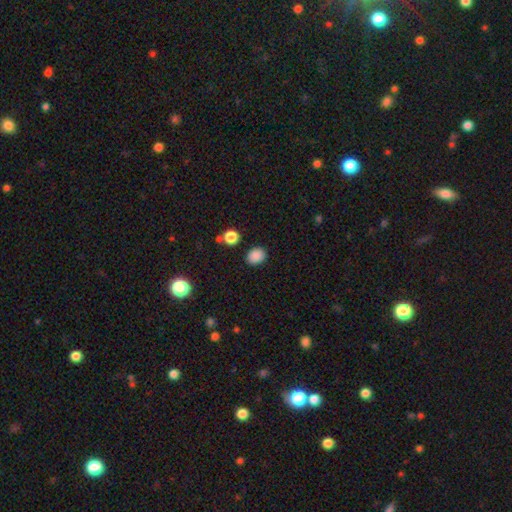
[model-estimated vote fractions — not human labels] Q: Smooth or featured?
A: smooth (87%); runner-up: star or artifact (10%)
Q: How rounded?
A: in between (55%); runner-up: round (44%)
Q: Merging?
A: none (85%); runner-up: minor disturbance (10%)